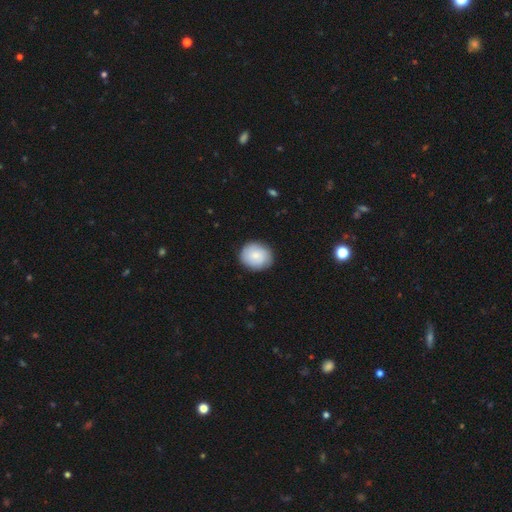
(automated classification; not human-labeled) This is likely a smooth galaxy (78%). How rounded: likely round (75%). Merging: clearly none (87%).